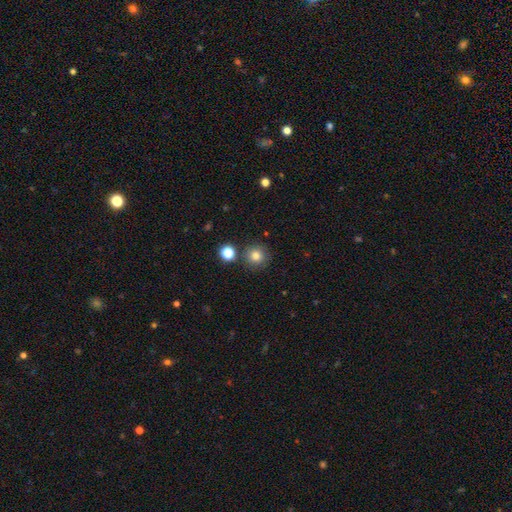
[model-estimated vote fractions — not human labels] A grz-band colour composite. It shows a smooth galaxy with no disk features (80%) that is round (94%). Merging: none (83%).